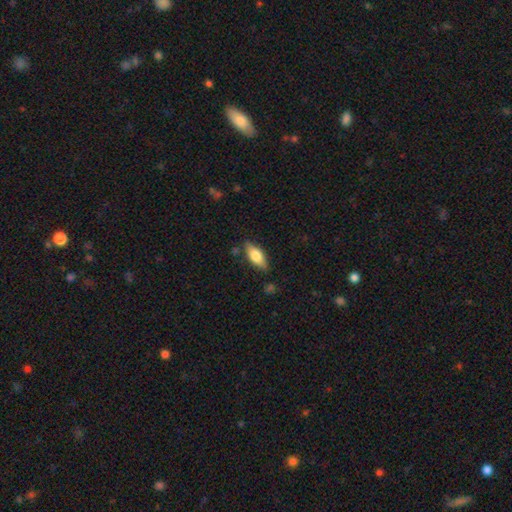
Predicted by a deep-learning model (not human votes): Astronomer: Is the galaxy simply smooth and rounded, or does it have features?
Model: smooth — 69%.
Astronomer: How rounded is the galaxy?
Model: in between — 76%.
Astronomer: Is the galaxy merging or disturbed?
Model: none — 80%.